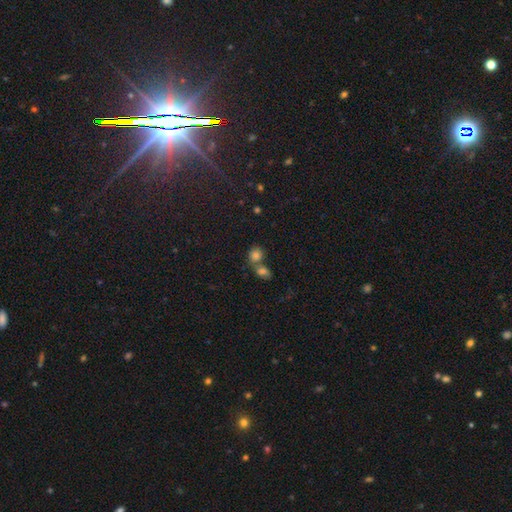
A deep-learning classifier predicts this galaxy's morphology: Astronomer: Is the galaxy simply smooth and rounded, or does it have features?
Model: smooth — 80%.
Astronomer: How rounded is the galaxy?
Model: round — 65%.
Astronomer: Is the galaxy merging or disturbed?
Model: merger — 48% (runner-up: none, 40%).